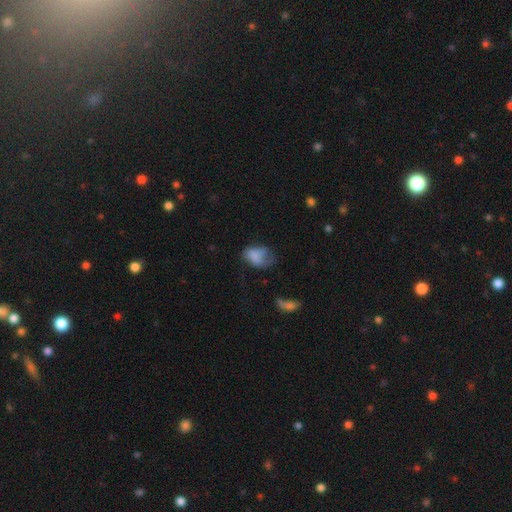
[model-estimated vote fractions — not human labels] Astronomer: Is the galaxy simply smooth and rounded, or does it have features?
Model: smooth — 74%.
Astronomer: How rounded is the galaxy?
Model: in between — 81%.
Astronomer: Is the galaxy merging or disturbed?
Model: minor disturbance — 34% (runner-up: none, 33%).